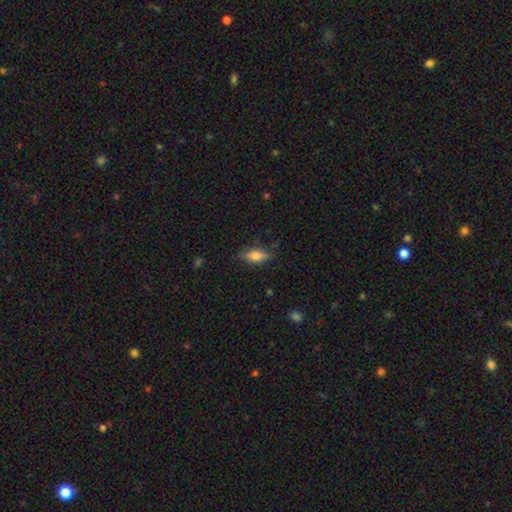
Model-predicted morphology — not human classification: Smooth or featured? Predicted: smooth (p=0.55). How rounded? Predicted: in between (p=0.63). Merging? Predicted: none (p=0.81).